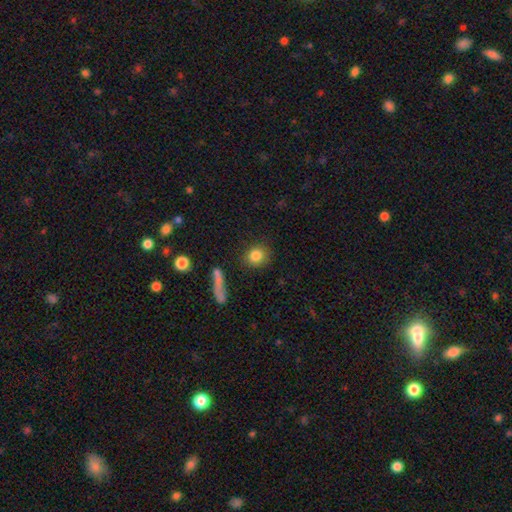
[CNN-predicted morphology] A smooth galaxy with no disk features (83%) that is round (84%). Merging: none (84%).